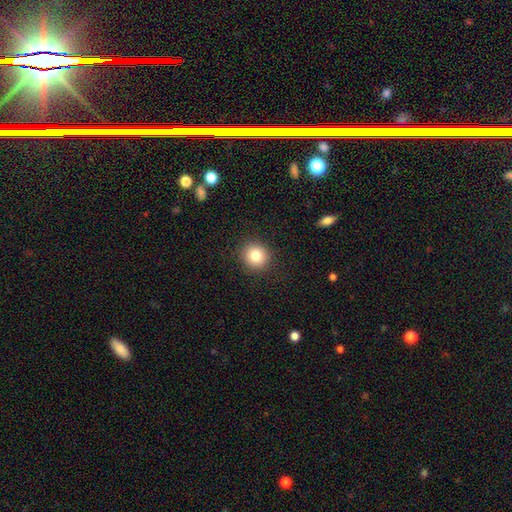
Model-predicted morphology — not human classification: type=smooth (82%); roundness=round (91%); merging=none (91%).